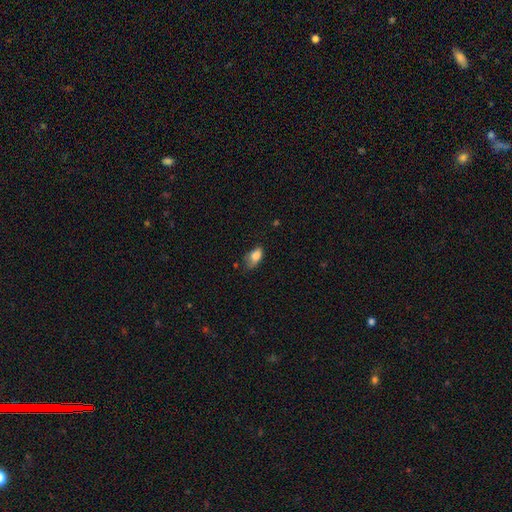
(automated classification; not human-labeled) Smooth or featured?
  - smooth: 82% *
  - featured or disk: 9%
  - star or artifact: 9%
How rounded?
  - in between: 88% *
  - round: 8%
  - cigar-shaped: 4%
Merging?
  - minor disturbance: 41% * (tied)
  - none: 41% * (tied)
  - major disturbance: 15%
  - merger: 3%